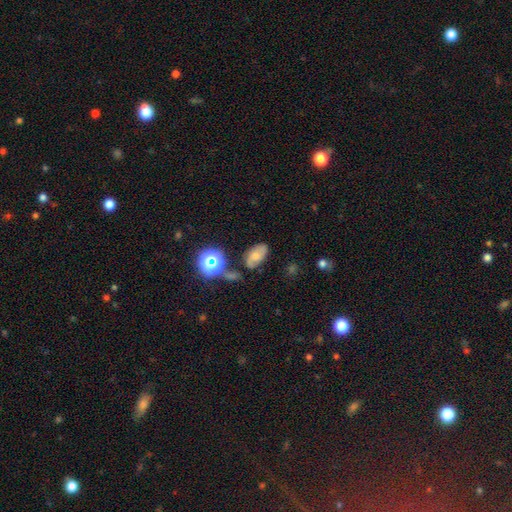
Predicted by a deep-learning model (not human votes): The model was most divided on "smooth or featured": smooth: 45%, featured or disk: 39%, star or artifact: 16%. More confident: merging — none (61%).